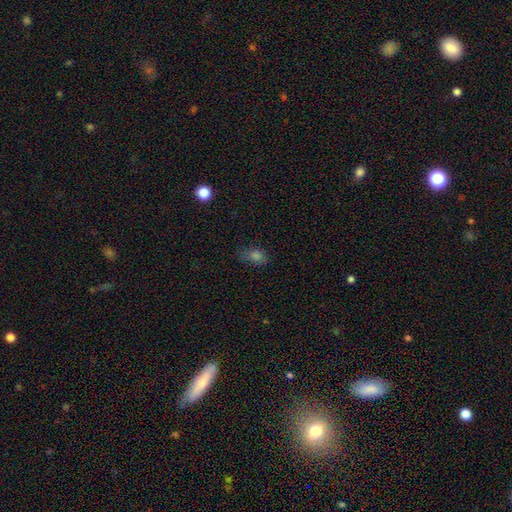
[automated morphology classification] Smooth or featured: smooth — 74% (star or artifact — 18%)
How rounded: in between — 74% (round — 23%)
Merging: none — 70% (minor disturbance — 22%)